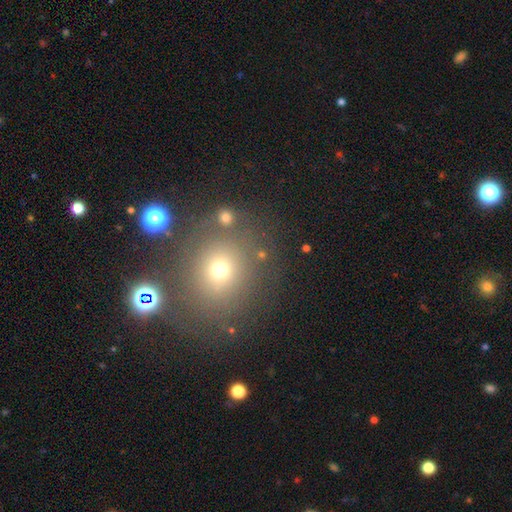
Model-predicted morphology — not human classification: Smooth or featured? smooth (58%)
How rounded? round (81%)
Merging? none (80%)